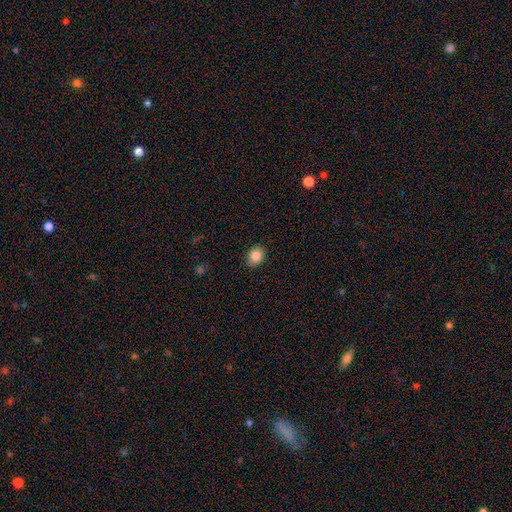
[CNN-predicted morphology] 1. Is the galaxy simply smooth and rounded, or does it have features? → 85% smooth, 9% star or artifact, 5% featured or disk.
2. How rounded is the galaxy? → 55% round, 45% in between, 1% cigar-shaped.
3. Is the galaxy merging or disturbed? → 88% none, 9% minor disturbance, 2% major disturbance, 1% merger.